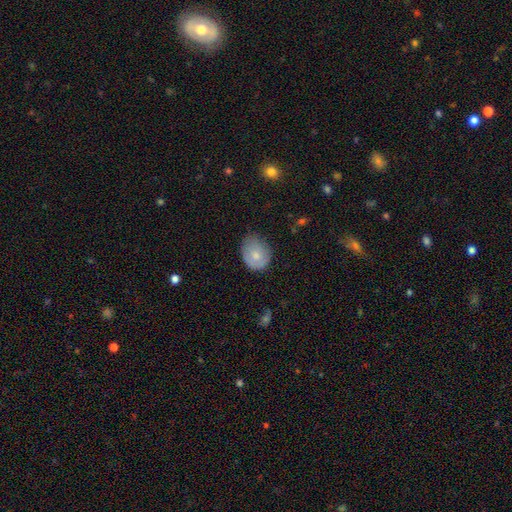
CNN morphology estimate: This is likely a smooth galaxy (72%). How rounded: possibly round (53%). Merging: possibly none (56%).